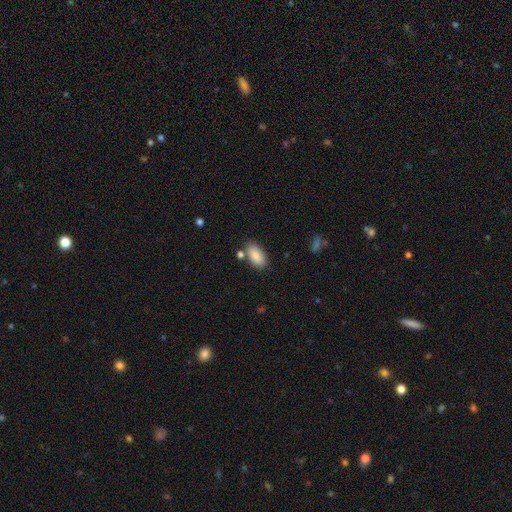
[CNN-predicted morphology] Smooth or featured? Predicted: smooth (p=0.87). How rounded? Predicted: in between (p=0.93). Merging? Predicted: none (p=0.76).